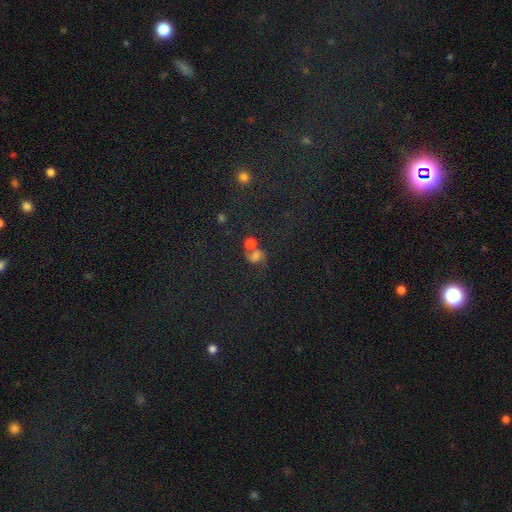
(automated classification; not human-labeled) Smooth or featured? smooth (54%)
How rounded? round (60%)
Merging? merger (45%)